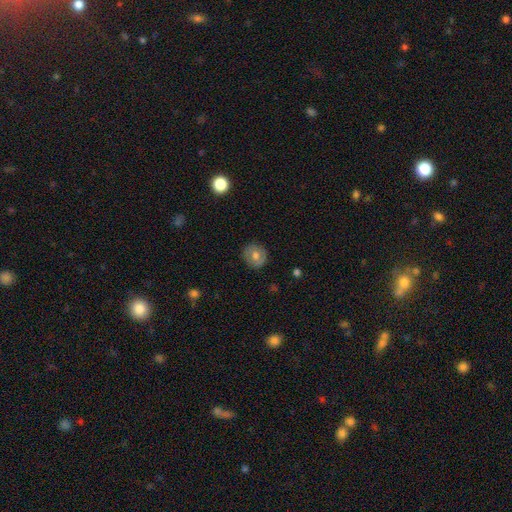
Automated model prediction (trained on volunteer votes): The model was most divided on "smooth or featured": smooth: 62%, featured or disk: 30%, star or artifact: 8%. More confident: merging — none (87%); how rounded — round (86%).